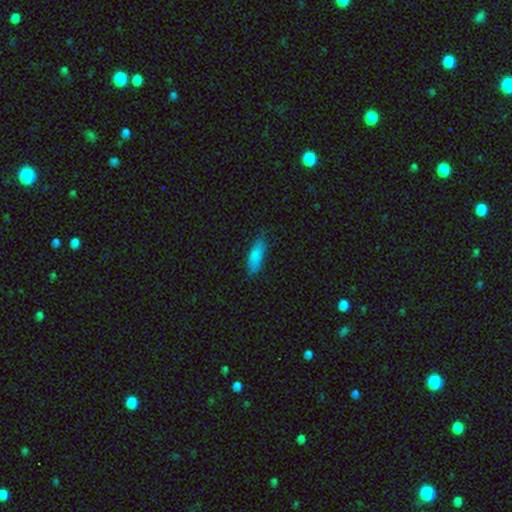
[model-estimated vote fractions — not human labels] Smooth or featured? smooth (83%)
How rounded? in between (59%)
Merging? none (77%)